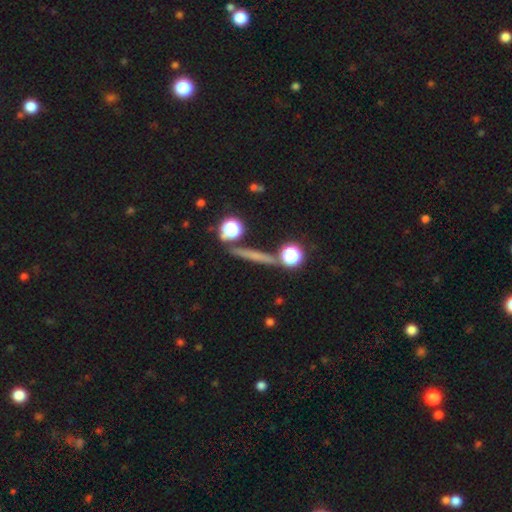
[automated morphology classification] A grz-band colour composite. It shows a smooth galaxy with no disk features (44%). Merging: none (82%).